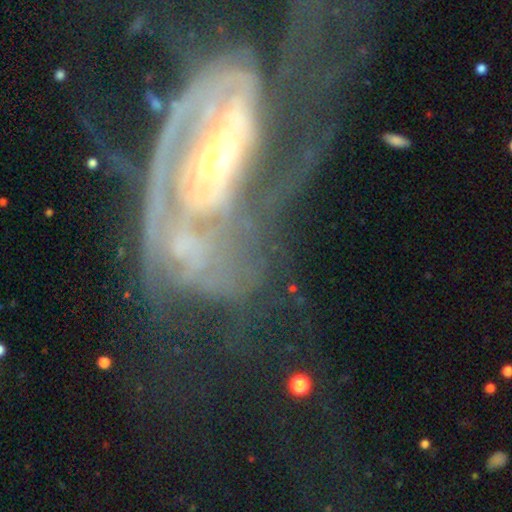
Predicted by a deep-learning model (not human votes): Smooth or featured? Predicted: featured or disk (p=0.80). Edge-on disk? Predicted: no (p=0.93). Bar? Predicted: no (p=0.57). Spiral arms? Predicted: yes (p=0.74). Spiral winding? Predicted: tight (p=0.46). Spiral arm count? Predicted: can't tell (p=0.39). Bulge size? Predicted: moderate (p=0.57). Merging? Predicted: major disturbance (p=0.46).